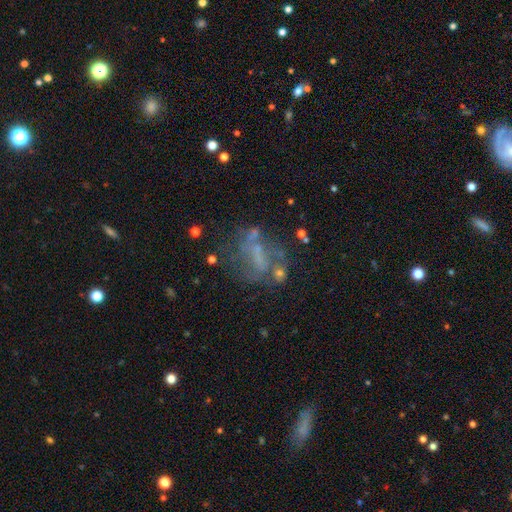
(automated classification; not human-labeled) Smooth or featured: featured or disk — 53% (smooth — 27%)
Edge-on disk: no — 95% (yes — 5%)
Bar: no — 58% (weak — 26%)
Spiral arms: no — 77% (yes — 23%)
Bulge size: none — 62% (small — 22%)
Merging: none — 42% (major disturbance — 27%)